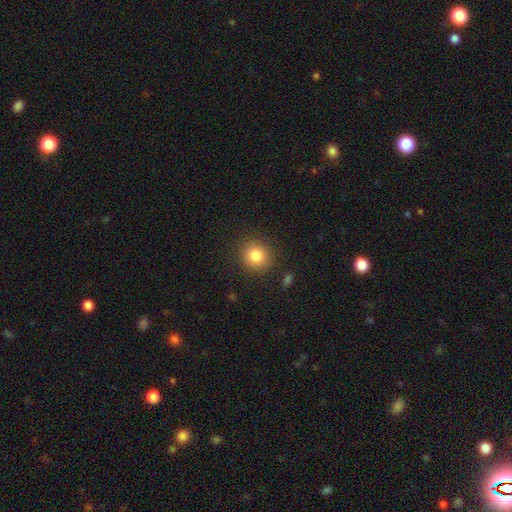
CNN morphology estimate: This appears to be a smooth galaxy with no disk features (83%) that is round (87%). Merging: none (89%).